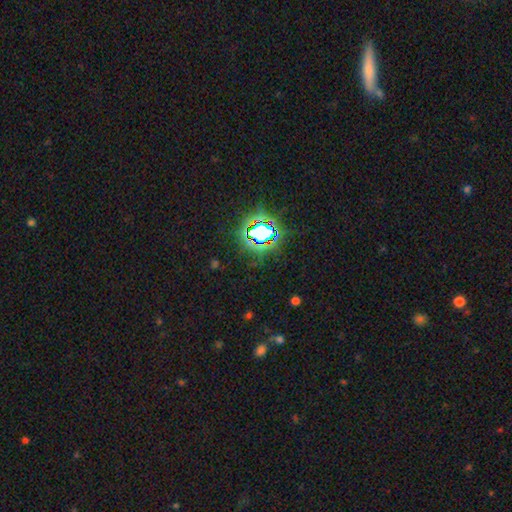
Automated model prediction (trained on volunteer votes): Smooth or featured? star or artifact (78%)